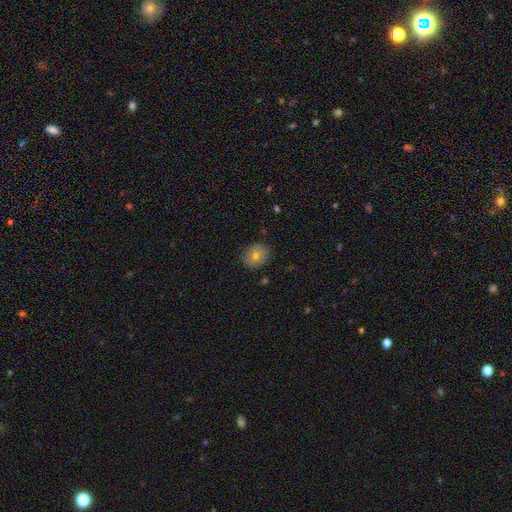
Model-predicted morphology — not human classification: The model was most divided on "how rounded": round: 68%, in between: 31%, cigar-shaped: 1%. More confident: merging — none (84%); smooth or featured — smooth (69%).